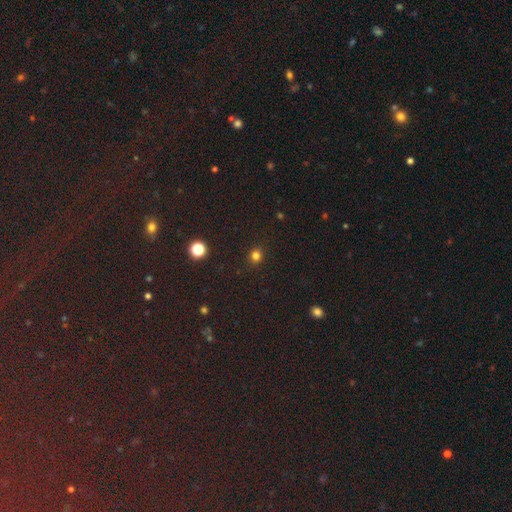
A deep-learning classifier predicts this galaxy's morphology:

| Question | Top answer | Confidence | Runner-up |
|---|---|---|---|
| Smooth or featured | smooth | 78% | star or artifact (17%) |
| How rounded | round | 89% | in between (10%) |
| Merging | none | 91% | minor disturbance (6%) |